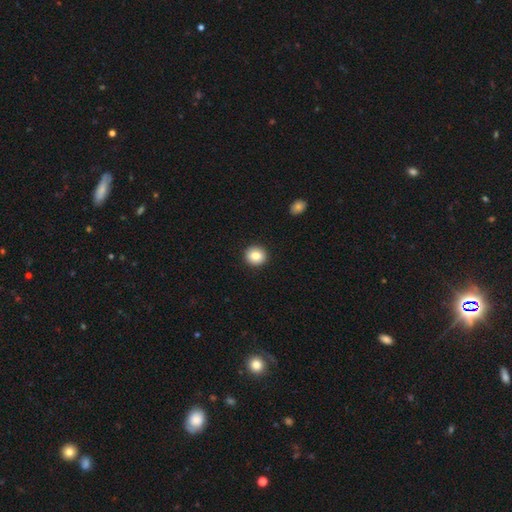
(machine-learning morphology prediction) A smooth galaxy with no disk features (84%) that is round (90%). Merging: none (93%).